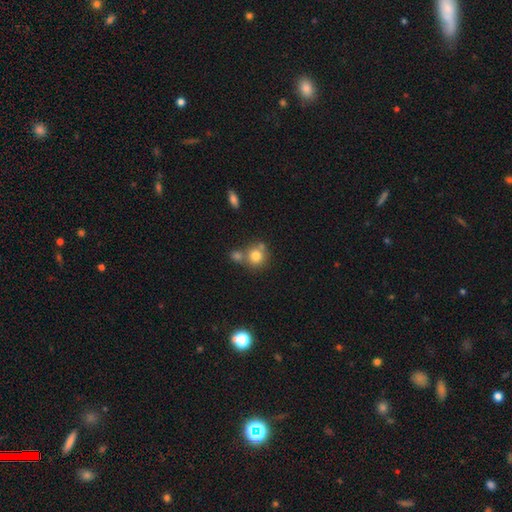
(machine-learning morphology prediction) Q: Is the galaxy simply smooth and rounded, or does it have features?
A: smooth — 77%.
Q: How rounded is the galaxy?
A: round — 87%.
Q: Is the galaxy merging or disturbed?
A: none — 53%.